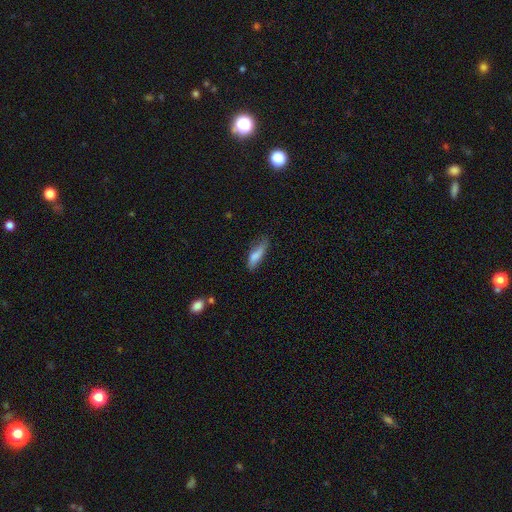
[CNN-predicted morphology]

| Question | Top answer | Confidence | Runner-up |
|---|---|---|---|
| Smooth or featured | smooth | 80% | featured or disk (13%) |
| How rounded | cigar-shaped | 56% | in between (42%) |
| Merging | none | 57% | minor disturbance (32%) |